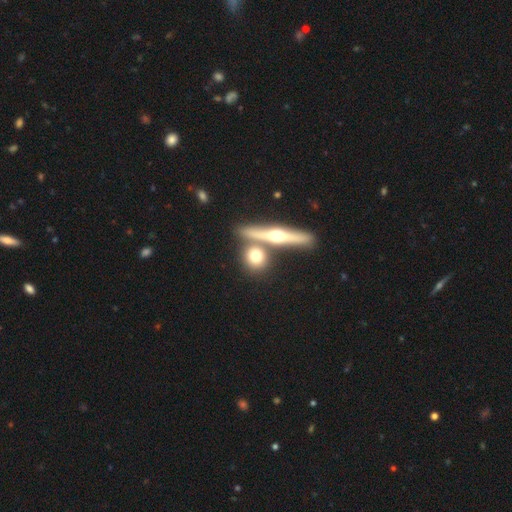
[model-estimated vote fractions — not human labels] Overall: smooth (60%; featured or disk 33%). How rounded: round (66%). Merging: none (68%).